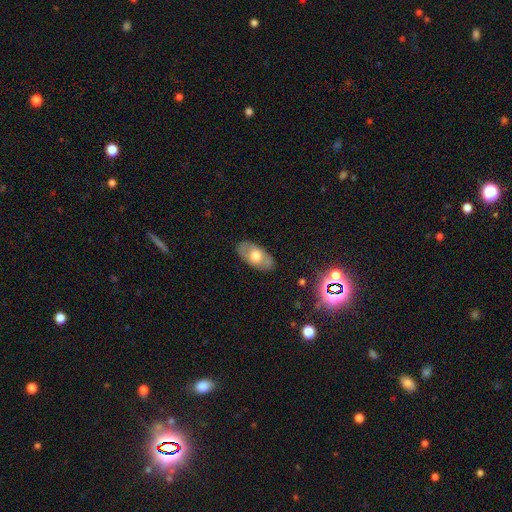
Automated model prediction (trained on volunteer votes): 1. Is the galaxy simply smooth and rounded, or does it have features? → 50% smooth, 44% featured or disk, 6% star or artifact.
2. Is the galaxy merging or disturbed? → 83% none, 12% minor disturbance, 3% major disturbance, 1% merger.